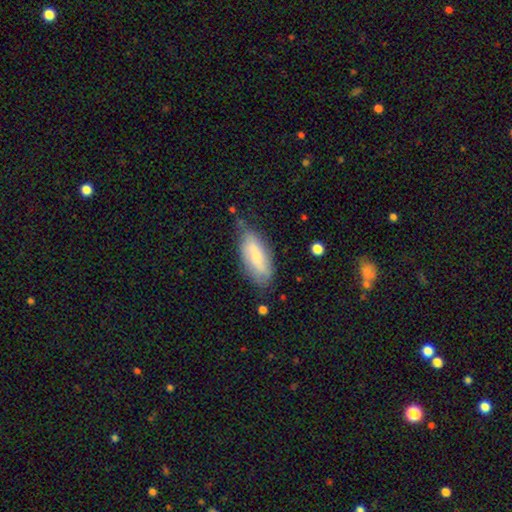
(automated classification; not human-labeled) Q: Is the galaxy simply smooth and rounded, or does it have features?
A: smooth — 67%.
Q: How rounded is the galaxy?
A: in between — 76%.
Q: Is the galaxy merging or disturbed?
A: none — 67%.